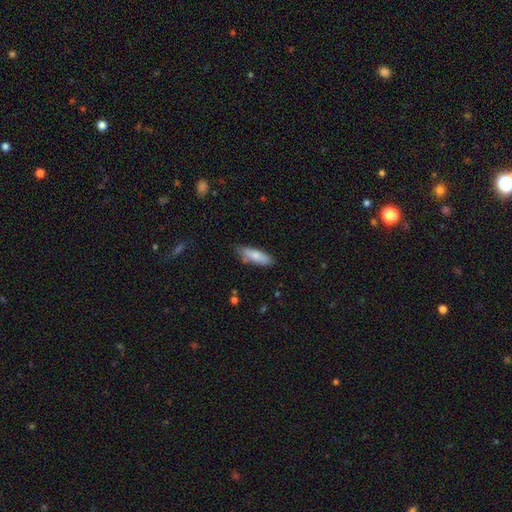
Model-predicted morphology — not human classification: Smooth or featured?
  - smooth: 78% *
  - featured or disk: 15%
  - star or artifact: 6%
How rounded?
  - in between: 51% *
  - cigar-shaped: 47%
  - round: 2%
Merging?
  - none: 72% *
  - minor disturbance: 21%
  - merger: 4%
  - major disturbance: 3%